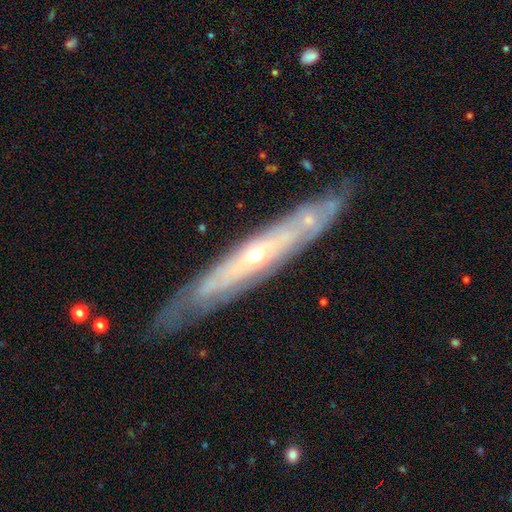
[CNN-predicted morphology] featured or disk 79%, smooth 14%, star or artifact 6%. Down the decision tree: edge-on disk — yes (58%); merging — none (79%).